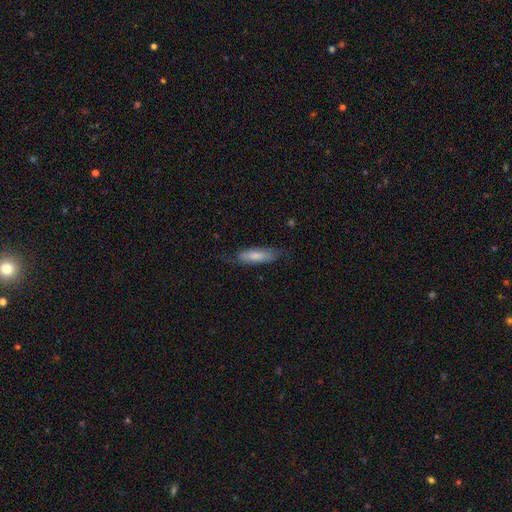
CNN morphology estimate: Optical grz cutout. It shows a smooth galaxy with no disk features (70%) that is cigar-shaped (52%). Merging: none (68%).